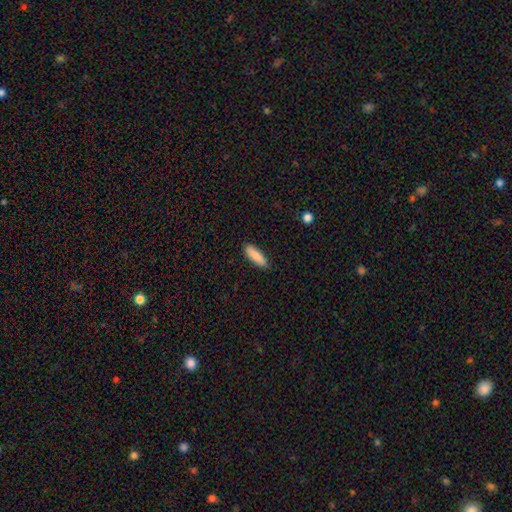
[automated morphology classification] The model was most divided on "how rounded": cigar-shaped: 54%, in between: 45%, round: 2%. More confident: merging — none (88%); smooth or featured — smooth (88%).